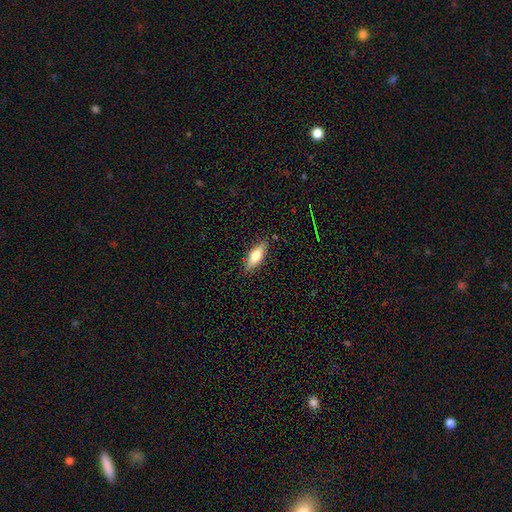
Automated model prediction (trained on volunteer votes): A smooth galaxy with no disk features (64%) that is in between round and cigar-shaped (62%). Merging: none (85%).